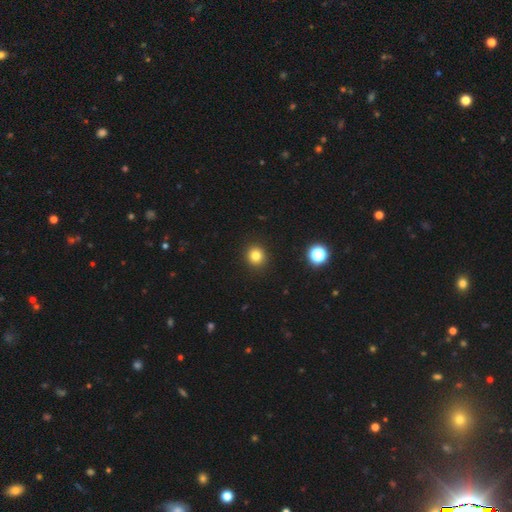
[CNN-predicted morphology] Q: Smooth or featured?
A: smooth (81%); runner-up: star or artifact (14%)
Q: How rounded?
A: round (90%); runner-up: in between (9%)
Q: Merging?
A: none (92%); runner-up: minor disturbance (5%)